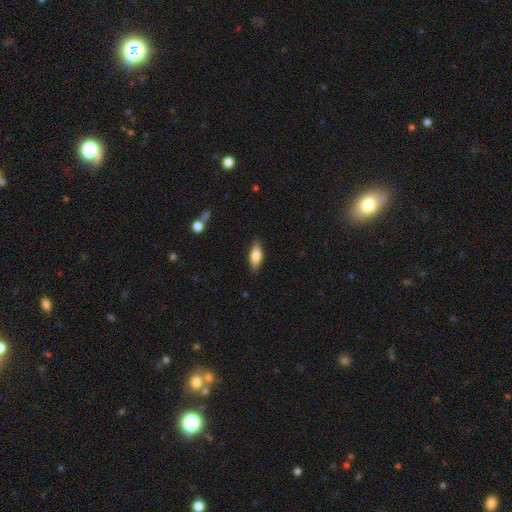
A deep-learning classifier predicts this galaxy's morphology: A smooth galaxy with no disk features (72%) that is in between round and cigar-shaped (75%).

Vote fractions:
- Smooth or featured? smooth: 72% / featured or disk: 21% / star or artifact: 7%
- How rounded? in between: 75% / cigar-shaped: 22% / round: 3%
- Merging? none: 85% / minor disturbance: 11% / major disturbance: 2% / merger: 1%